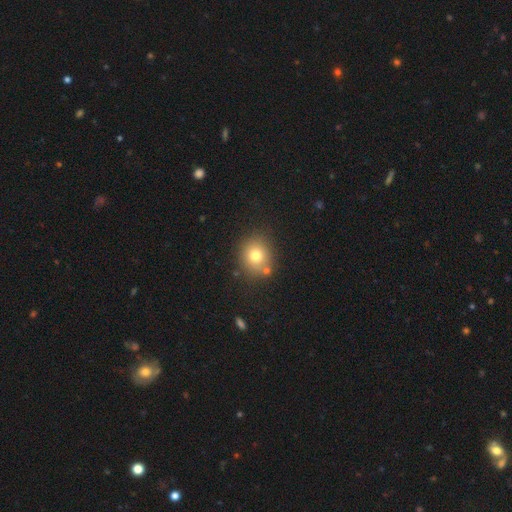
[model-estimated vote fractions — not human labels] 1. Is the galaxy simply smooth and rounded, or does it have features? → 74% smooth, 14% star or artifact, 12% featured or disk.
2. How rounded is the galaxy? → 79% round, 20% in between, 1% cigar-shaped.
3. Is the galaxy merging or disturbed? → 76% none, 11% minor disturbance, 9% merger, 4% major disturbance.